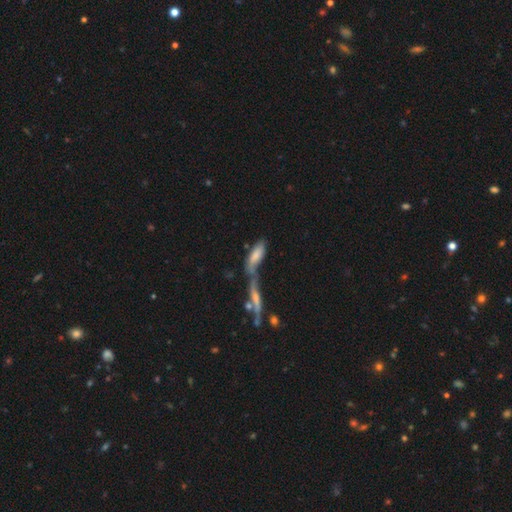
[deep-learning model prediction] This is likely a smooth galaxy (69%). How rounded: likely in between (60%). Merging: likely merger (63%).